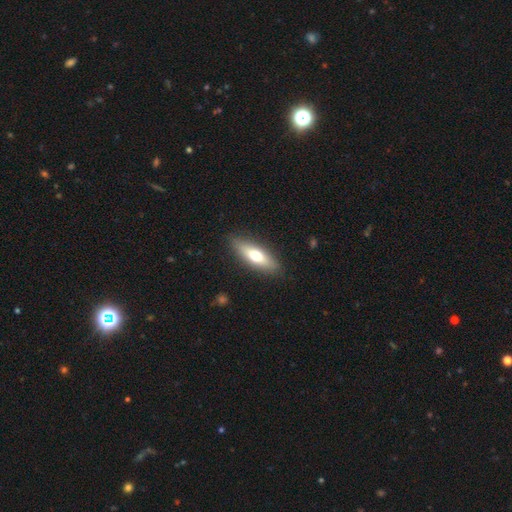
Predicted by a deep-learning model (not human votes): Smooth or featured: smooth — 61% (featured or disk — 32%)
How rounded: in between — 51% (cigar-shaped — 46%)
Merging: none — 87% (minor disturbance — 10%)